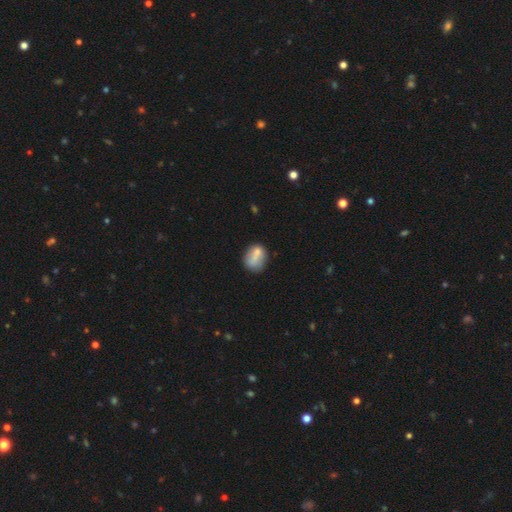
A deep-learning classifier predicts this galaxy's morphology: The model was most divided on "how rounded": in between: 51%, round: 47%, cigar-shaped: 2%. More confident: smooth or featured — smooth (69%); merging — none (56%).